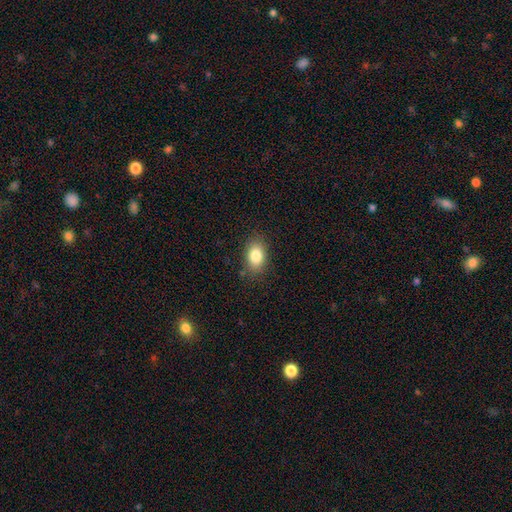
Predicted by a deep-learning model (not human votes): Smooth or featured: smooth — 84% (star or artifact — 8%)
How rounded: in between — 85% (round — 13%)
Merging: none — 84% (minor disturbance — 12%)